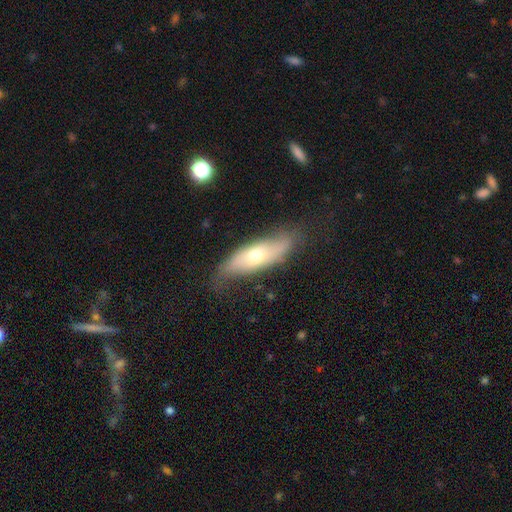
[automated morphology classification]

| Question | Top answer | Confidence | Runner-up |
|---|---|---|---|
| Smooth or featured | featured or disk | 49% | smooth (44%) |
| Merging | none | 63% | minor disturbance (26%) |